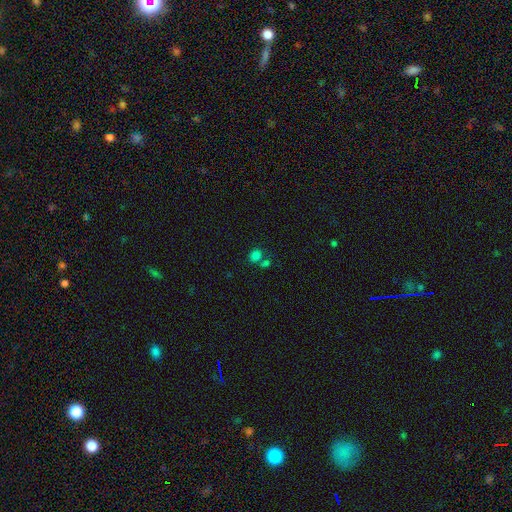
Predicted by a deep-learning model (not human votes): This is likely a smooth galaxy (75%). How rounded: possibly round (58%). Merging: possibly none (53%).